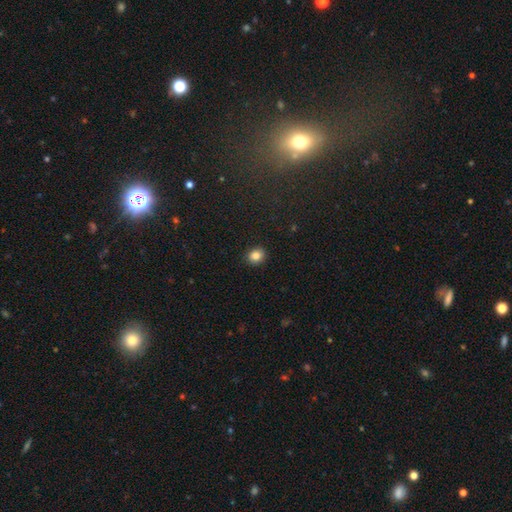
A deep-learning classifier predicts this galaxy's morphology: A smooth galaxy with no disk features (85%) that is round (68%). Merging: none (91%).